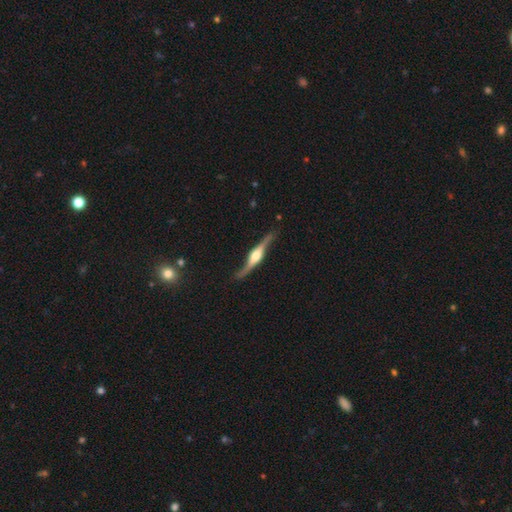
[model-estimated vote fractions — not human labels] featured or disk 86%, smooth 10%, star or artifact 4%. Down the decision tree: edge-on disk — yes (81%); edge-on bulge — rounded (89%); merging — none (77%).